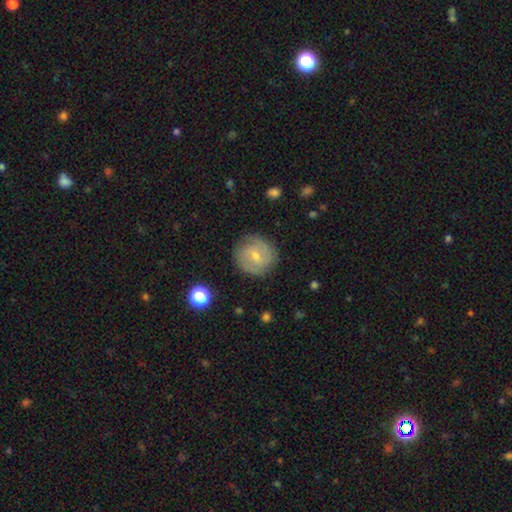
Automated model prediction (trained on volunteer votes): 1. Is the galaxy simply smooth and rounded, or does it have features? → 56% featured or disk, 36% smooth, 8% star or artifact.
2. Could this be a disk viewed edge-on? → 97% no, 3% yes.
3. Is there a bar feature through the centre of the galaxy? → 50% weak, 40% no, 10% strong.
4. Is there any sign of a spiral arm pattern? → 82% yes, 18% no.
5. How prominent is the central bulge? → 58% small, 38% moderate, 2% none, 1% large, 1% dominant.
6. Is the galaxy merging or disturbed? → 81% none, 13% minor disturbance, 4% major disturbance, 1% merger.